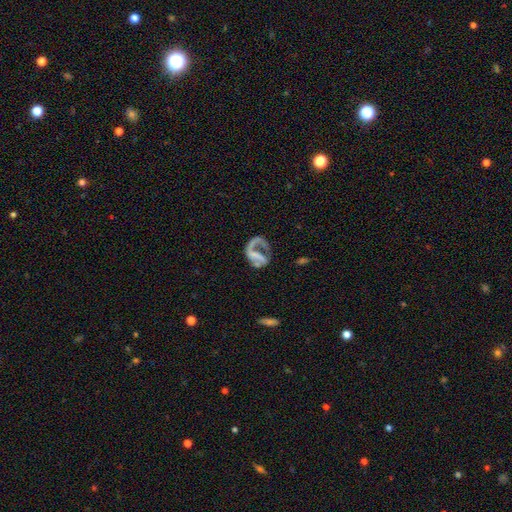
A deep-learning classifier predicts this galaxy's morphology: Overall: featured or disk (71%). Edge-on disk: no (97%). Bar: no (45%; weak 27%). Spiral arms: yes (67%; no 33%). Bulge size: none (69%). Merging: major disturbance (51%; none 28%).